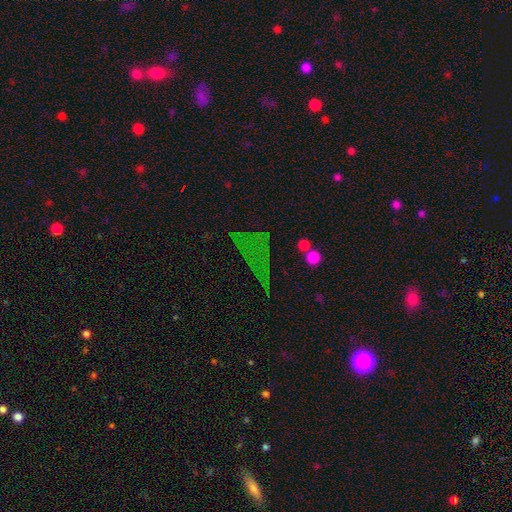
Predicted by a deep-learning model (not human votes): Smooth or featured? Predicted: star or artifact (p=0.57).